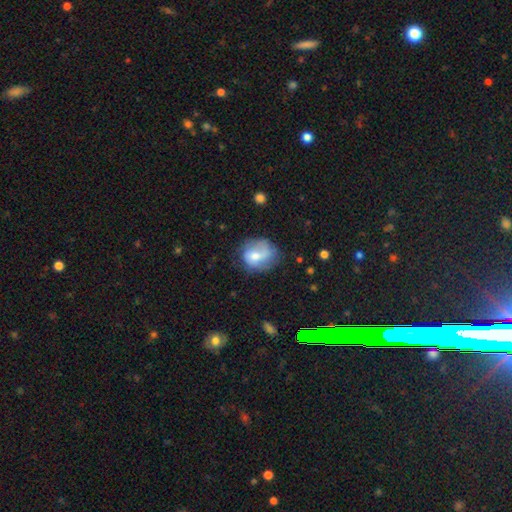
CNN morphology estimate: Smooth or featured? Predicted: smooth (p=0.55). How rounded? Predicted: round (p=0.61). Merging? Predicted: none (p=0.51).